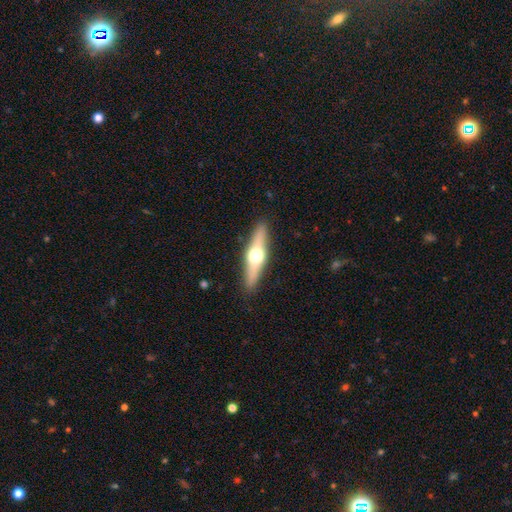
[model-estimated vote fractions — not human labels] A featured or disk galaxy (64%) viewed edge-on (95%) with a rounded central bulge (96%). Merging: none (89%).